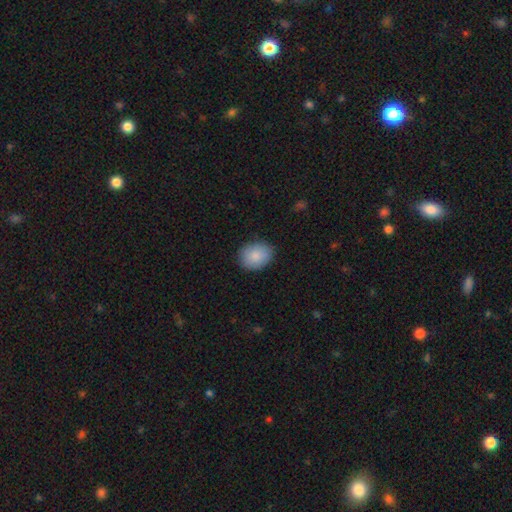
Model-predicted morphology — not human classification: Smooth or featured: smooth — 87% (star or artifact — 7%)
How rounded: in between — 56% (round — 43%)
Merging: none — 85% (minor disturbance — 11%)